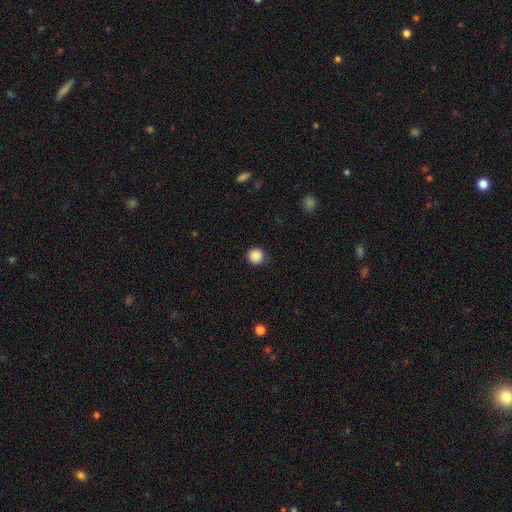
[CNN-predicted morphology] Overall: smooth (88%). How rounded: round (95%). Merging: none (88%).